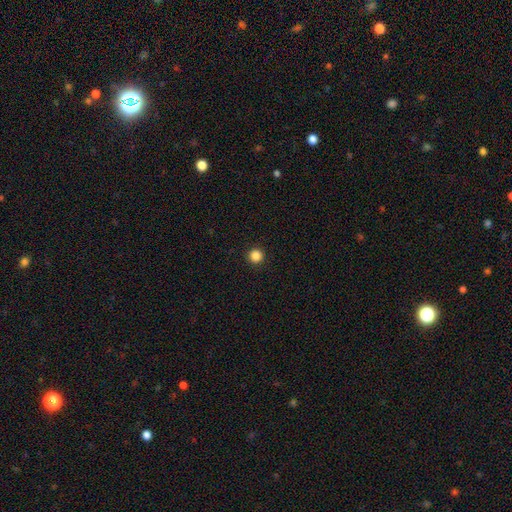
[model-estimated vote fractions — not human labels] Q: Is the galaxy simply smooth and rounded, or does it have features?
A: smooth — 86%.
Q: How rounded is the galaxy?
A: round — 96%.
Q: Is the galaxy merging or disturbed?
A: none — 94%.